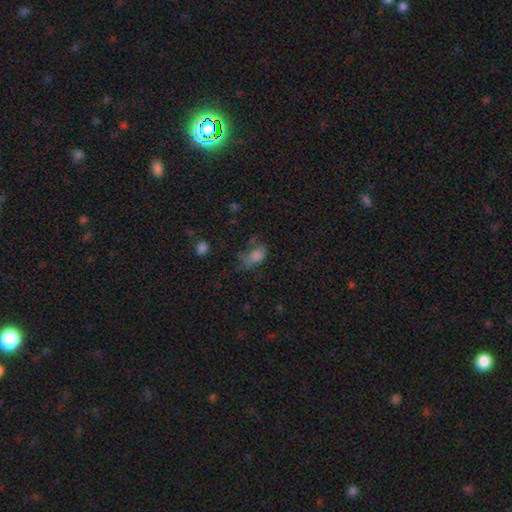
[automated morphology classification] This appears to be a smooth galaxy with no disk features (69%) that is in between round and cigar-shaped (83%). Merging: none (37%).